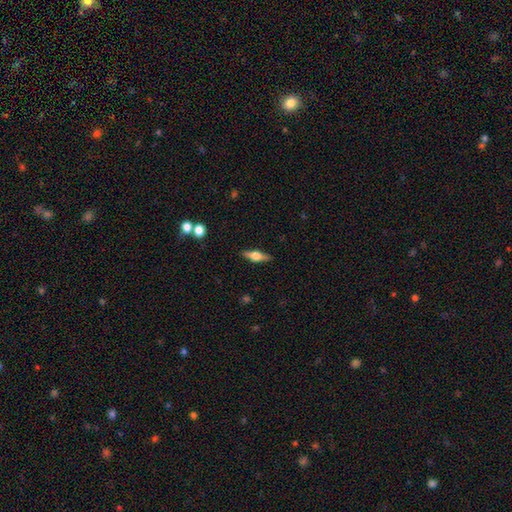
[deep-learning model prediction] Q: Smooth or featured?
A: featured or disk (58%); runner-up: smooth (36%)
Q: Edge-on disk?
A: yes (95%); runner-up: no (5%)
Q: Edge-on bulge?
A: rounded (92%); runner-up: boxy (7%)
Q: Merging?
A: none (88%); runner-up: minor disturbance (8%)